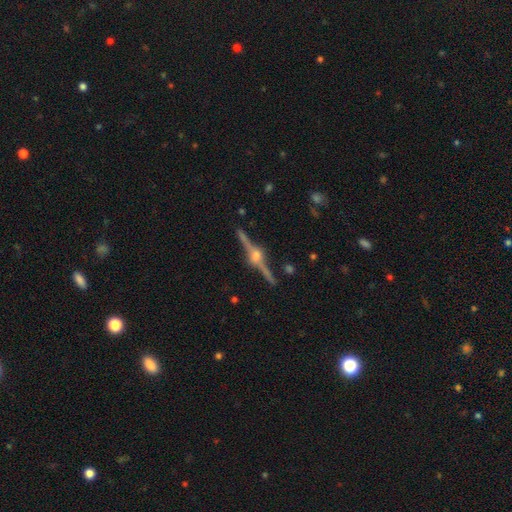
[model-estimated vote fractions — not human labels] Smooth or featured? Predicted: featured or disk (p=0.88). Edge-on disk? Predicted: yes (p=0.98). Edge-on bulge? Predicted: rounded (p=0.94). Merging? Predicted: none (p=0.88).